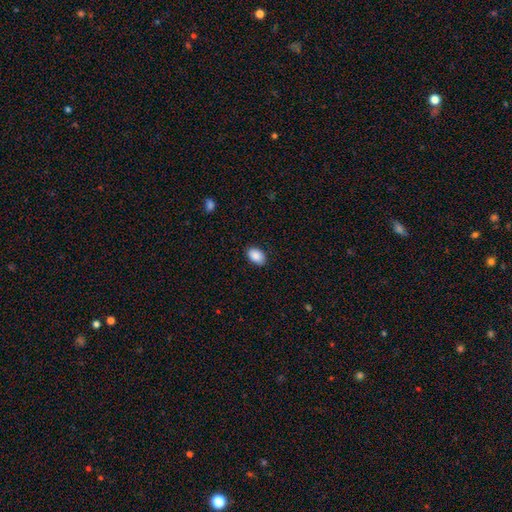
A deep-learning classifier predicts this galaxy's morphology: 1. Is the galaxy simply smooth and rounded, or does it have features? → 89% smooth, 7% star or artifact, 4% featured or disk.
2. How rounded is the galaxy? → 89% in between, 10% round, 1% cigar-shaped.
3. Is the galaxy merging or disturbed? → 88% none, 9% minor disturbance, 2% major disturbance, 1% merger.